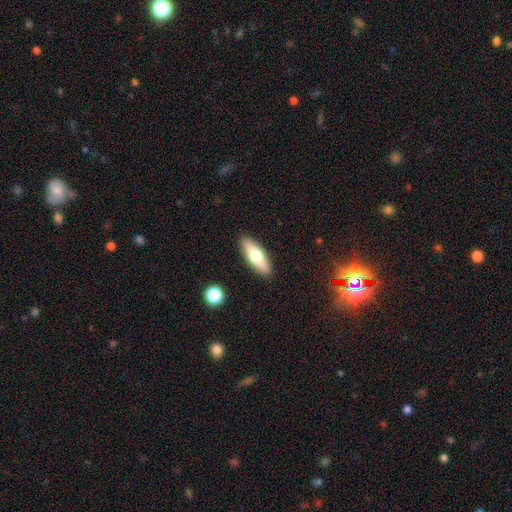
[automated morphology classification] type=smooth (65%); roundness=in between (63%); merging=none (89%).